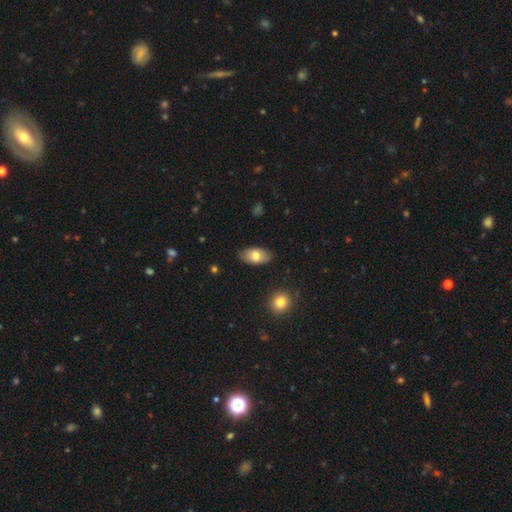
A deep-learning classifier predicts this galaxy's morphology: Q: Smooth or featured?
A: smooth (74%); runner-up: featured or disk (19%)
Q: How rounded?
A: in between (93%); runner-up: round (4%)
Q: Merging?
A: none (85%); runner-up: minor disturbance (11%)